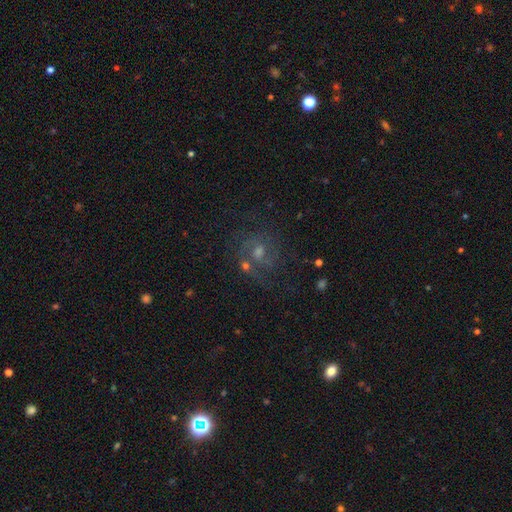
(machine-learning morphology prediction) Smooth or featured? Predicted: featured or disk (p=0.50). Edge-on disk? Predicted: no (p=0.96). Merging? Predicted: none (p=0.66).